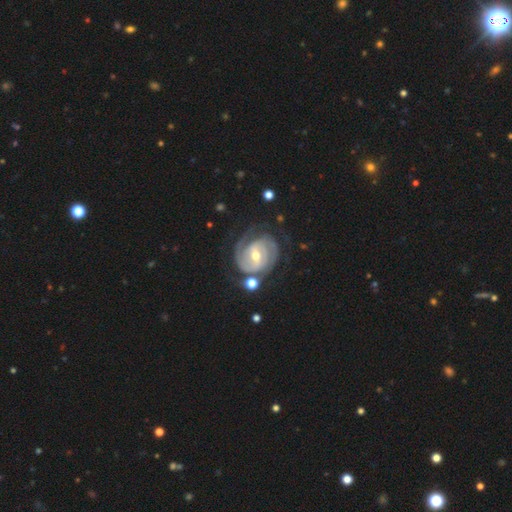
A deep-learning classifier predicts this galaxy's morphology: A featured or disk galaxy (90%) with a weak bar (52%), 2 (56%) tight (68%) spiral arms (97%) and a moderate central bulge (64%).

Vote fractions:
- Smooth or featured? featured or disk: 90% / smooth: 6% / star or artifact: 4%
- Edge-on disk? no: 97% / yes: 3%
- Bar? weak: 52% / strong: 25% / no: 23%
- Spiral arms? yes: 97% / no: 3%
- Spiral winding? tight: 68% / medium: 26% / loose: 6%
- Spiral arm count? 2: 56% / 3: 18% / can't tell: 15% / 1: 4% / 4: 4% / more than 4: 3%
- Bulge size? moderate: 64% / small: 32% / large: 3% / none: 1% / dominant: 1%
- Merging? none: 67% / minor disturbance: 18% / major disturbance: 10% / merger: 6%